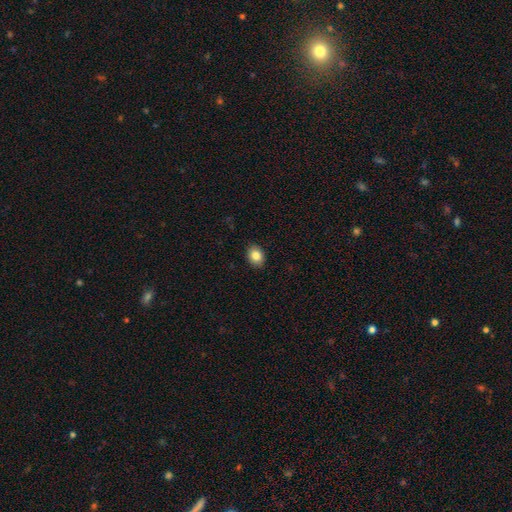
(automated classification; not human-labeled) Overall: smooth (84%). How rounded: in between (63%; round 36%). Merging: none (89%).